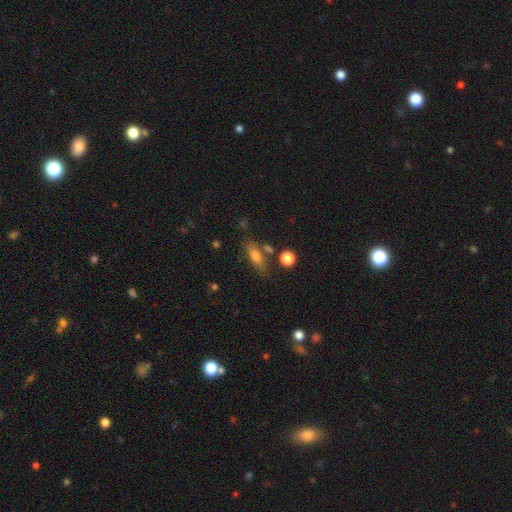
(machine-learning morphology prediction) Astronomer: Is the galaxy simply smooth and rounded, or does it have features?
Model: smooth — 71%.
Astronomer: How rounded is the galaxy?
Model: in between — 66%.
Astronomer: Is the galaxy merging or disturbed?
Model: none — 67%.